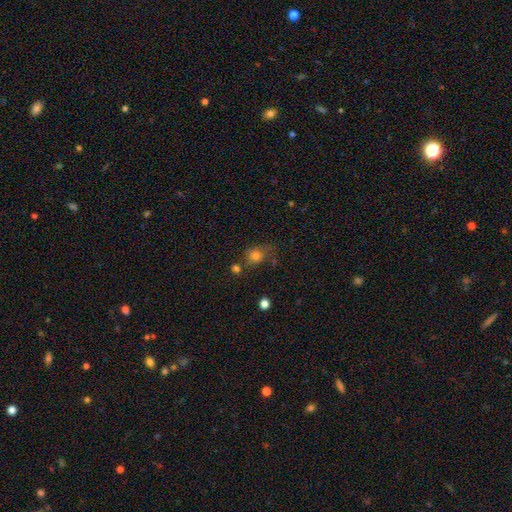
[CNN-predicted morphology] This appears to be a smooth galaxy with no disk features (75%) that is round (70%). Merging: none (55%).